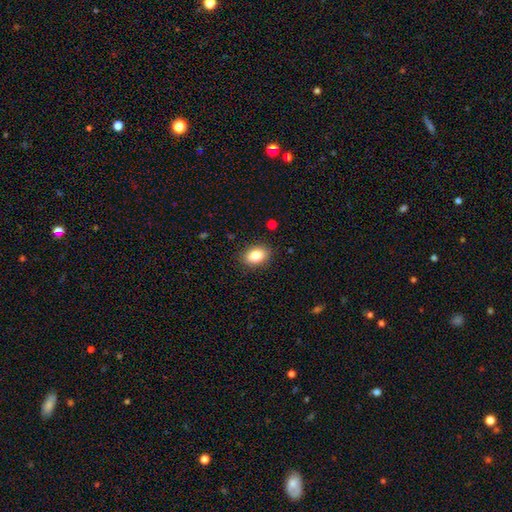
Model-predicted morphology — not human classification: A smooth galaxy with no disk features (85%) that is in between round and cigar-shaped (83%).

Vote fractions:
- Smooth or featured? smooth: 85% / star or artifact: 8% / featured or disk: 7%
- How rounded? in between: 83% / round: 16% / cigar-shaped: 1%
- Merging? none: 87% / minor disturbance: 9% / major disturbance: 2% / merger: 1%